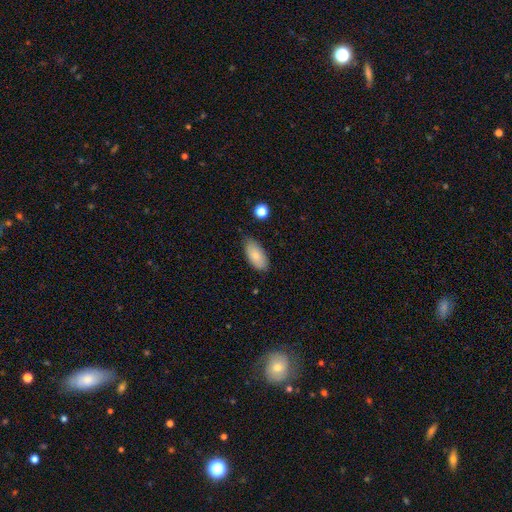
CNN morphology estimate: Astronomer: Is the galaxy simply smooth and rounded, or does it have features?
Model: smooth — 80%.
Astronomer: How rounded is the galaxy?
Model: in between — 91%.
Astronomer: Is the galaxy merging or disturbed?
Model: none — 70%.